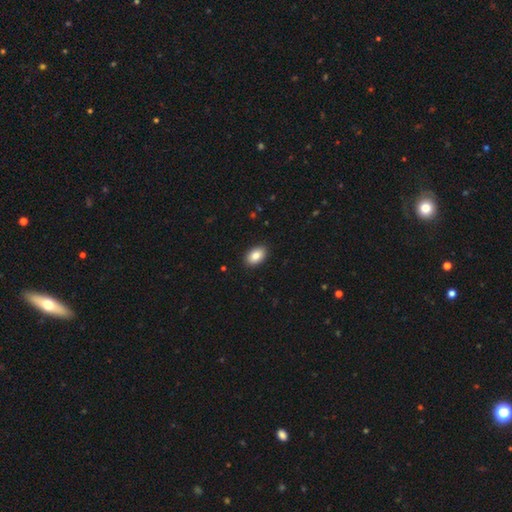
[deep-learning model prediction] Smooth or featured? Predicted: smooth (p=0.87). How rounded? Predicted: in between (p=0.91). Merging? Predicted: none (p=0.90).